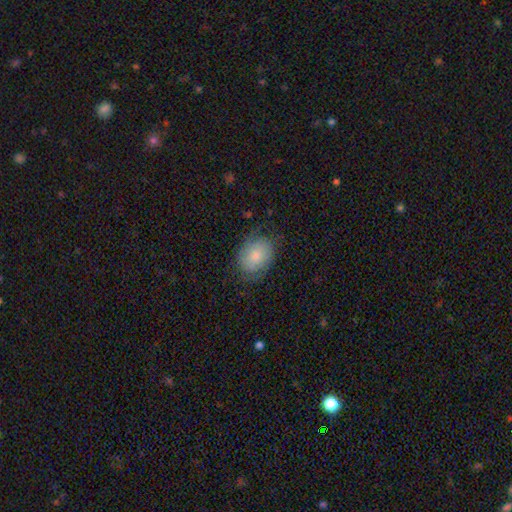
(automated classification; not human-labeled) Smooth or featured? smooth (76%)
How rounded? in between (67%)
Merging? none (70%)